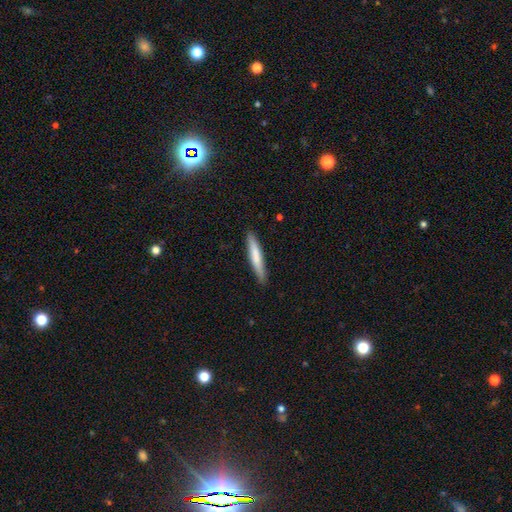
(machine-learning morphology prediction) A smooth galaxy with no disk features (72%) that is cigar-shaped (93%). Merging: none (88%).